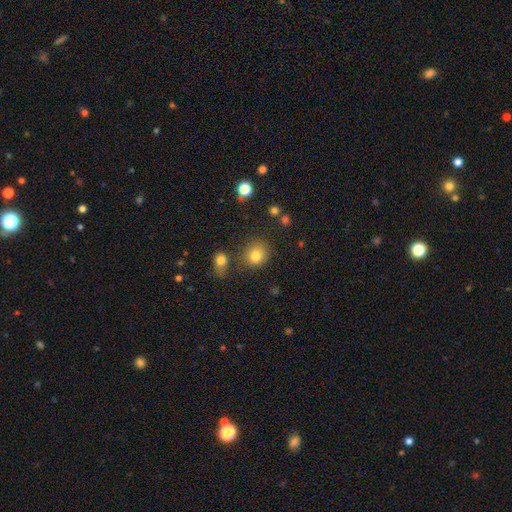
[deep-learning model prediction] smooth_or_featured: smooth (p=0.82) [alt: star or artifact p=0.12]
how_rounded: round (p=0.80) [alt: in between p=0.19]
merging: none (p=0.76) [alt: minor disturbance p=0.13]